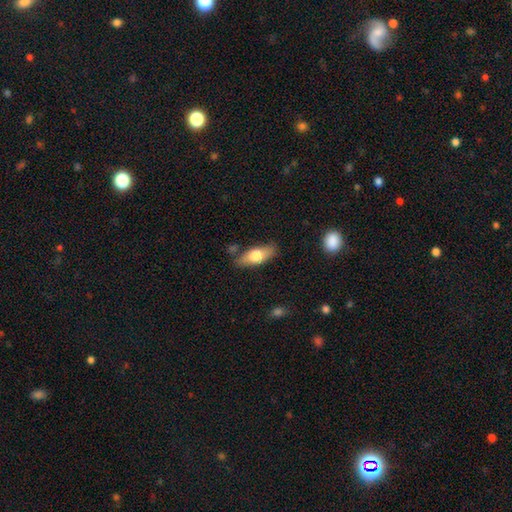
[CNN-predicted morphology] Smooth or featured? Predicted: smooth (p=0.67). How rounded? Predicted: in between (p=0.75). Merging? Predicted: none (p=0.80).